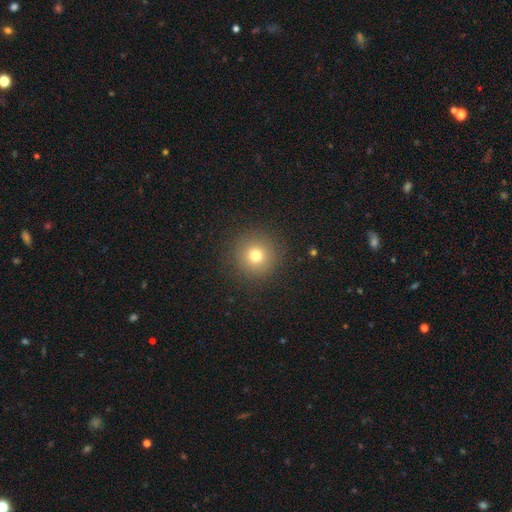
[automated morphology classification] A smooth galaxy with no disk features (75%) that is round (96%). Merging: none (91%).